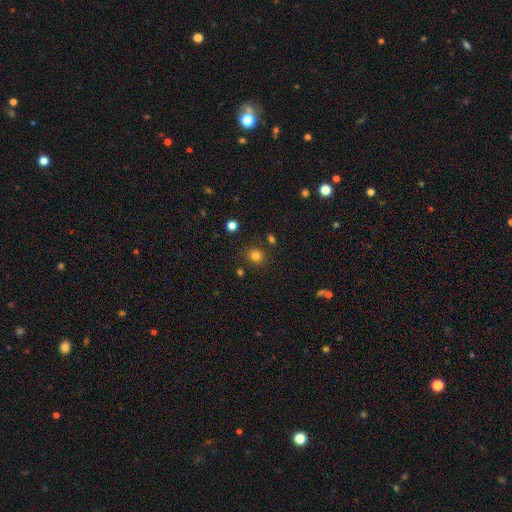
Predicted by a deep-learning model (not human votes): A smooth galaxy with no disk features (80%) that is round (86%). Merging: none (86%).